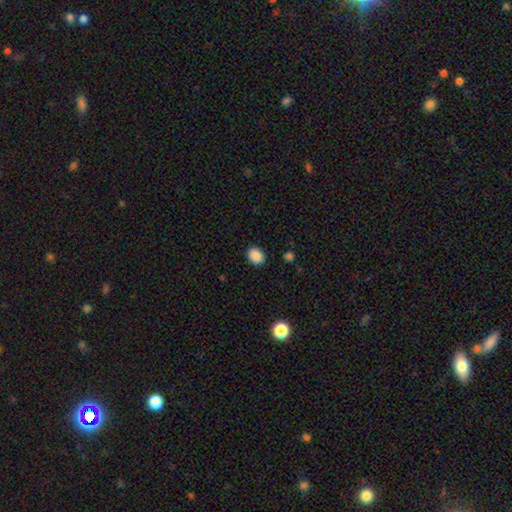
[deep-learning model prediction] Smooth or featured? smooth (88%)
How rounded? in between (55%)
Merging? none (88%)